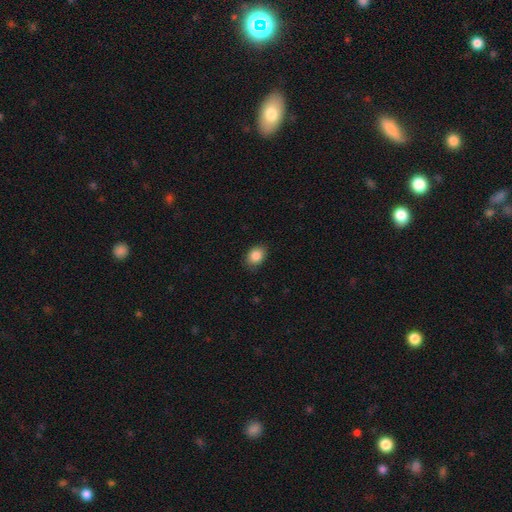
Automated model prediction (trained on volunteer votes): smooth_or_featured: smooth (p=0.86) [alt: star or artifact p=0.08]
how_rounded: in between (p=0.72) [alt: round p=0.27]
merging: none (p=0.85) [alt: minor disturbance p=0.11]